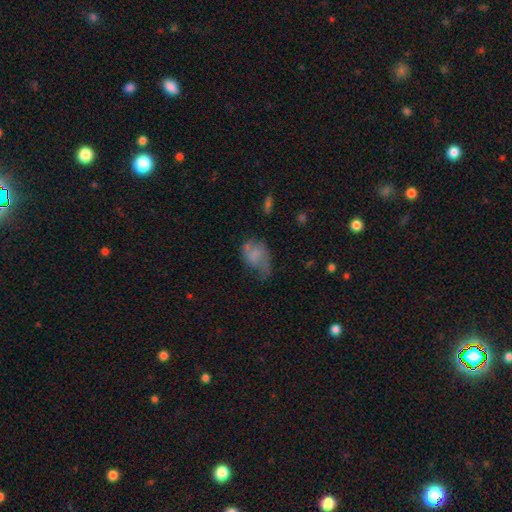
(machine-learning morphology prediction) smooth 55%, featured or disk 35%, star or artifact 10%. Down the decision tree: how rounded — in between (77%); merging — major disturbance (38%).